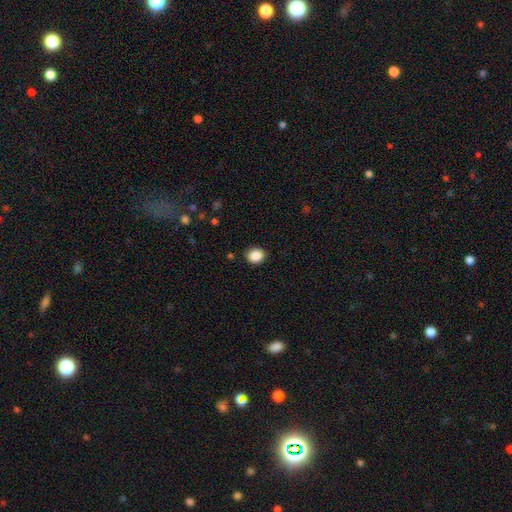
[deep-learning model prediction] This is clearly a smooth galaxy (87%). How rounded: likely round (67%). Merging: clearly none (90%).